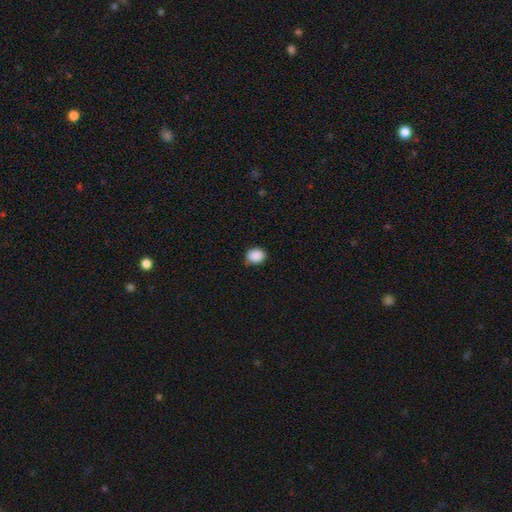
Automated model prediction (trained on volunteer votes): Q: Smooth or featured?
A: smooth (89%); runner-up: star or artifact (9%)
Q: How rounded?
A: round (60%); runner-up: in between (39%)
Q: Merging?
A: none (81%); runner-up: minor disturbance (15%)